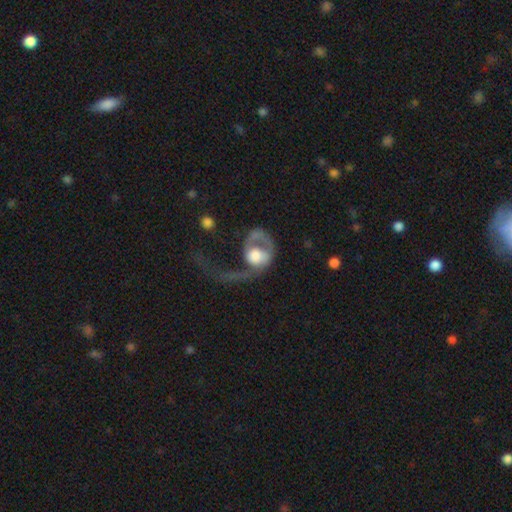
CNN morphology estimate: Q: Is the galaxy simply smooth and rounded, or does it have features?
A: featured or disk — 64%.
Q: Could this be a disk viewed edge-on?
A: no — 97%.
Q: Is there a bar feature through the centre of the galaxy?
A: no — 77%.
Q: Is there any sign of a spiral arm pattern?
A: yes — 69%.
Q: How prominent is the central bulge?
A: large — 47%.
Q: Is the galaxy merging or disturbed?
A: major disturbance — 68%.